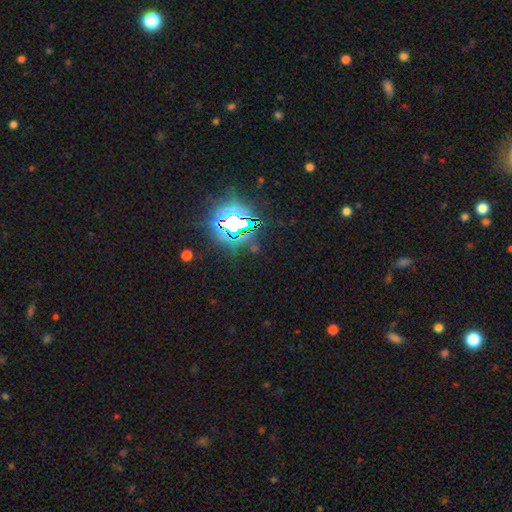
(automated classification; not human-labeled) Smooth or featured: star or artifact — 83% (smooth — 9%)